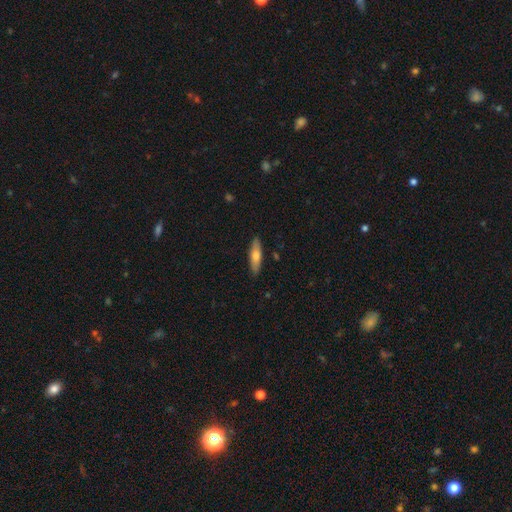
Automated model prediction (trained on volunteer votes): This appears to be a smooth galaxy with no disk features (65%) that is cigar-shaped (63%). Merging: none (88%).